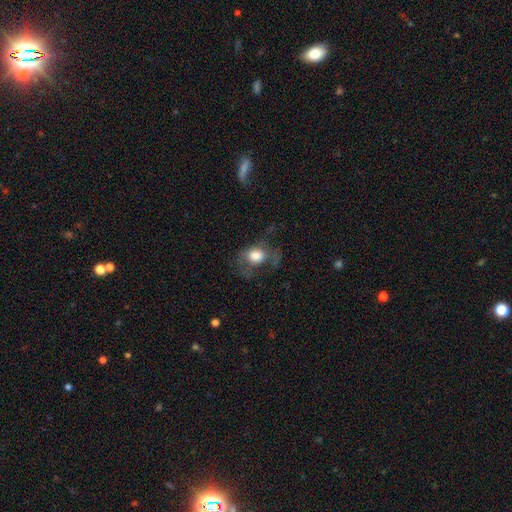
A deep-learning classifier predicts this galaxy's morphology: A smooth galaxy with no disk features (67%) that is in between round and cigar-shaped (53%). Merging: major disturbance (42%).